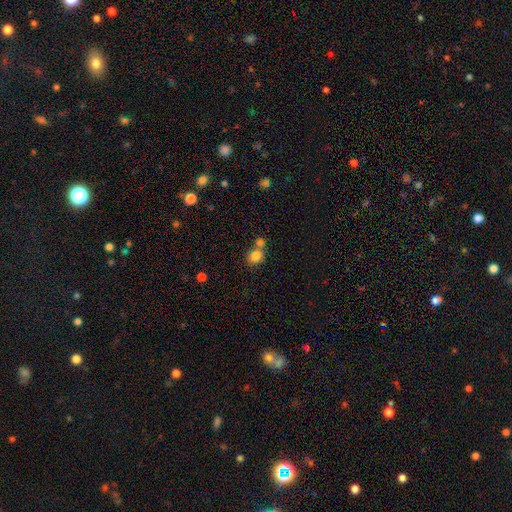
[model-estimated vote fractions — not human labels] This appears to be a smooth galaxy with no disk features (82%) that is round (70%). Merging: none (51%).